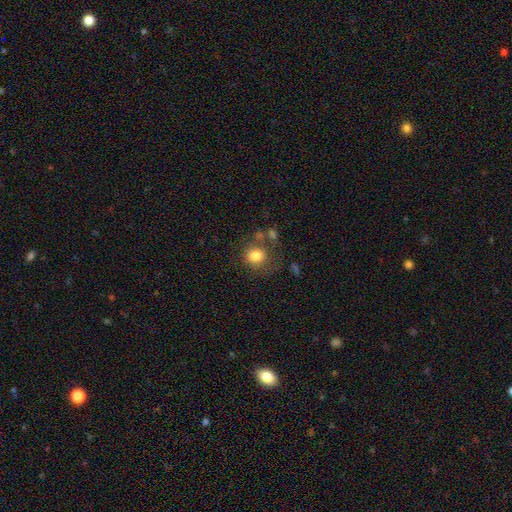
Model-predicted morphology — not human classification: Smooth or featured? Predicted: smooth (p=0.81). How rounded? Predicted: round (p=0.83). Merging? Predicted: none (p=0.66).